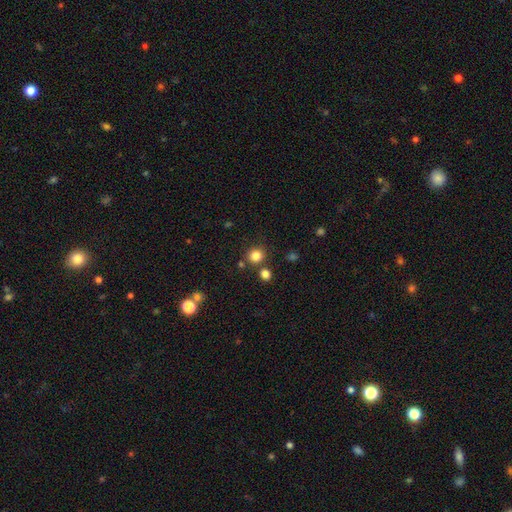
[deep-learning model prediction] A smooth galaxy with no disk features (82%) that is round (89%).

Vote fractions:
- Smooth or featured? smooth: 82% / star or artifact: 13% / featured or disk: 5%
- How rounded? round: 89% / in between: 10% / cigar-shaped: 1%
- Merging? none: 80% / merger: 10% / minor disturbance: 8% / major disturbance: 3%